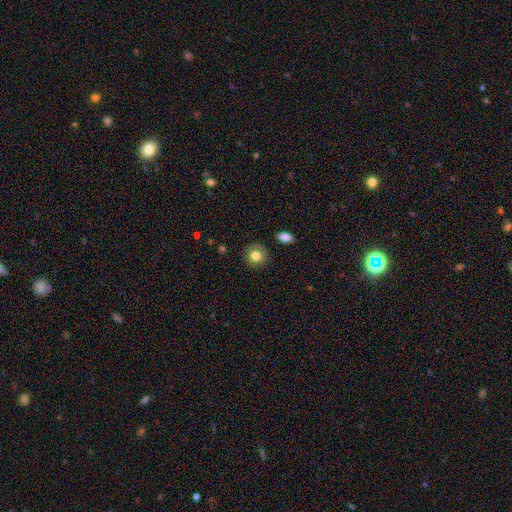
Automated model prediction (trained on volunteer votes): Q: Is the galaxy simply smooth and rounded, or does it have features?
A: smooth — 76%.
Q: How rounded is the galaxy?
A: round — 86%.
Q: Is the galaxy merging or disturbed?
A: none — 85%.